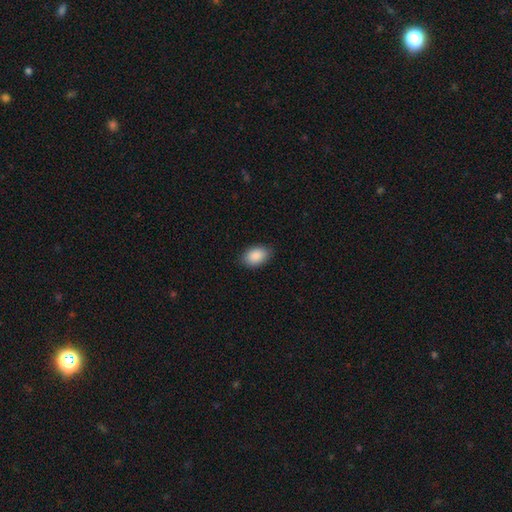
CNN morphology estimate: smooth 90%, star or artifact 6%, featured or disk 3%. Down the decision tree: how rounded — in between (88%); merging — none (85%).